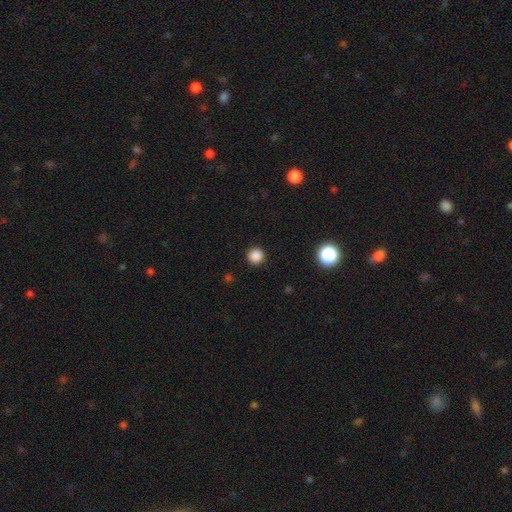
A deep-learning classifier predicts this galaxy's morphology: A smooth galaxy with no disk features (86%) that is round (95%). Merging: none (92%).